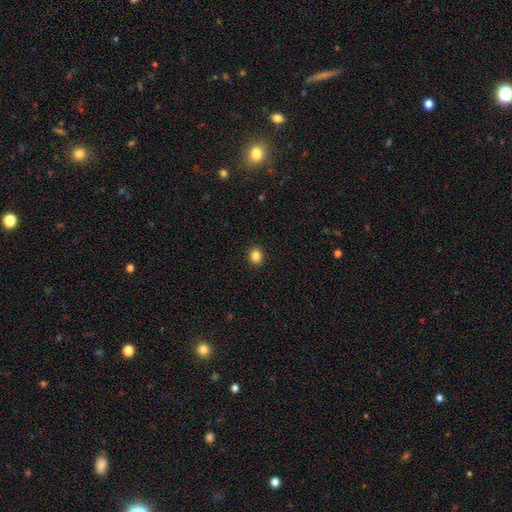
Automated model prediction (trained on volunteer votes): Smooth or featured?
  - smooth: 85% *
  - star or artifact: 11%
  - featured or disk: 4%
How rounded?
  - round: 63% *
  - in between: 36%
  - cigar-shaped: 1%
Merging?
  - none: 92% *
  - minor disturbance: 6%
  - major disturbance: 2%
  - merger: 1%